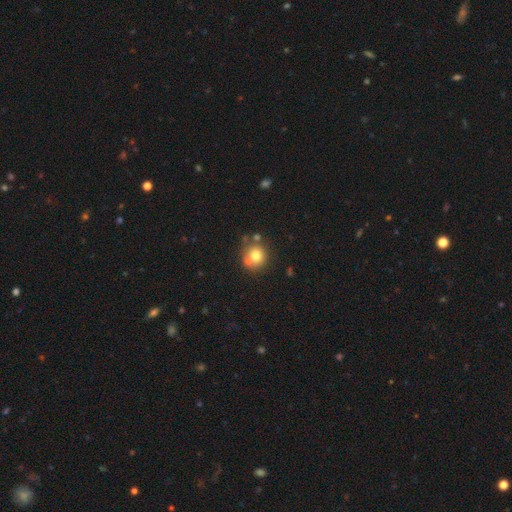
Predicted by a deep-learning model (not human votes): Overall: smooth (73%). How rounded: round (85%). Merging: none (58%; merger 22%).